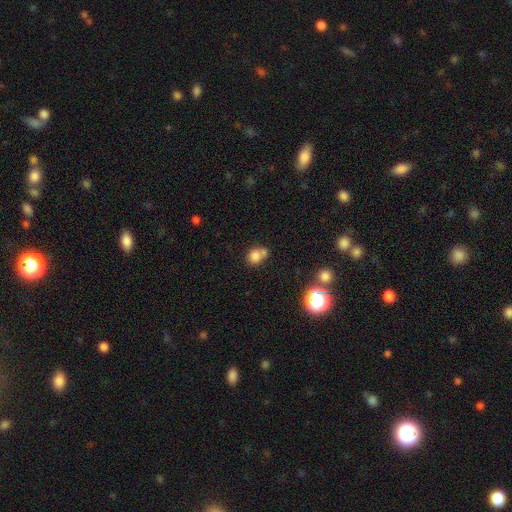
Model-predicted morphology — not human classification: type=smooth (77%); roundness=round (67%); merging=none (41%).